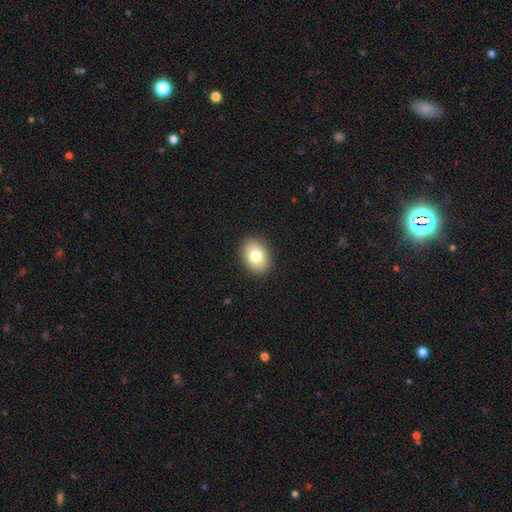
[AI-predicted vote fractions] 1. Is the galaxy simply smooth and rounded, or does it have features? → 79% smooth, 12% featured or disk, 9% star or artifact.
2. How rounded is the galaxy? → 69% in between, 30% round, 1% cigar-shaped.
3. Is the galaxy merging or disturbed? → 90% none, 7% minor disturbance, 2% major disturbance, 1% merger.